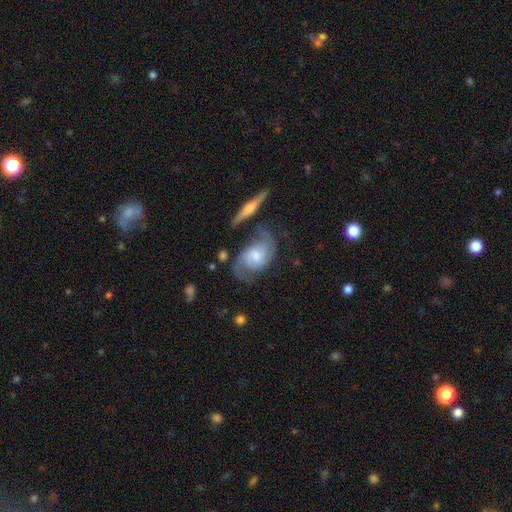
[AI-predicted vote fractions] Overall: featured or disk (83%). Edge-on disk: no (95%). Bar: no (52%; weak 41%). Spiral arms: yes (96%). Spiral arm count: 2 (84%). Spiral winding: medium (49%; tight 35%). Bulge size: moderate (53%; small 35%). Merging: none (62%).